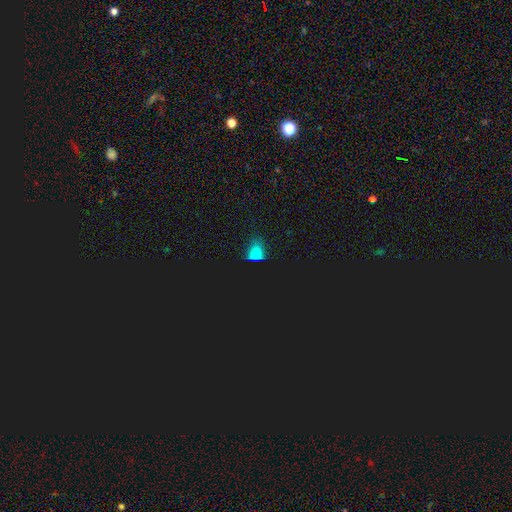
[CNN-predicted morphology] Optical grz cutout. It shows a smooth galaxy with no disk features (49%). Merging: none (44%).